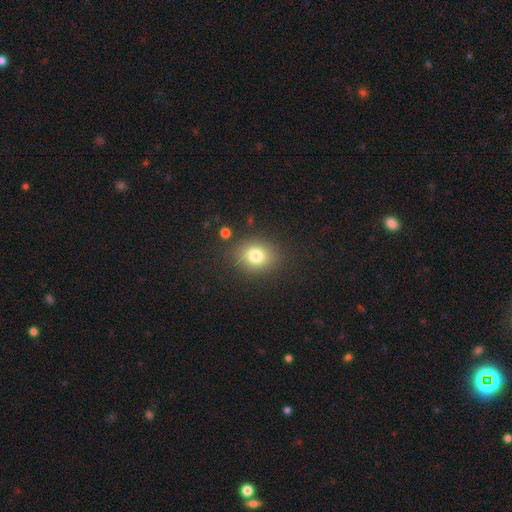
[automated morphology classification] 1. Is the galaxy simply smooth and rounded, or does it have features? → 79% smooth, 12% star or artifact, 9% featured or disk.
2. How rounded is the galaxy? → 59% round, 40% in between, 1% cigar-shaped.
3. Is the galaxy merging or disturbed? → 85% none, 9% minor disturbance, 4% major disturbance, 2% merger.